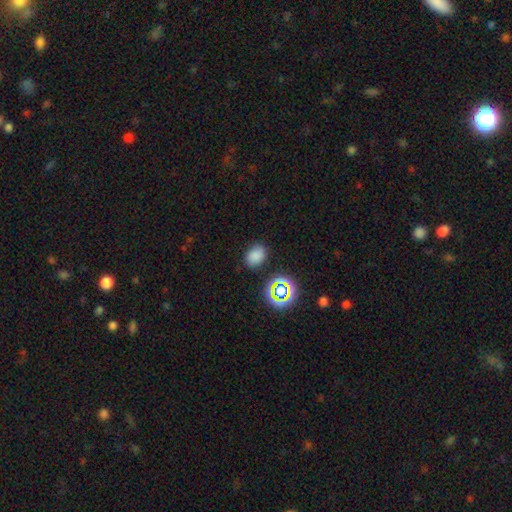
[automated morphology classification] Q: Smooth or featured?
A: smooth (76%); runner-up: star or artifact (17%)
Q: How rounded?
A: in between (67%); runner-up: round (32%)
Q: Merging?
A: none (82%); runner-up: minor disturbance (13%)